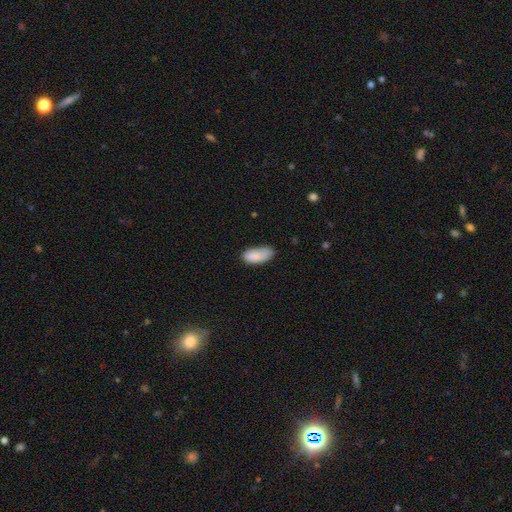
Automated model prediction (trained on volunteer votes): Smooth or featured?
  - smooth: 86% *
  - star or artifact: 7%
  - featured or disk: 7%
How rounded?
  - in between: 91% *
  - cigar-shaped: 7%
  - round: 2%
Merging?
  - none: 60% *
  - minor disturbance: 30%
  - major disturbance: 7%
  - merger: 3%